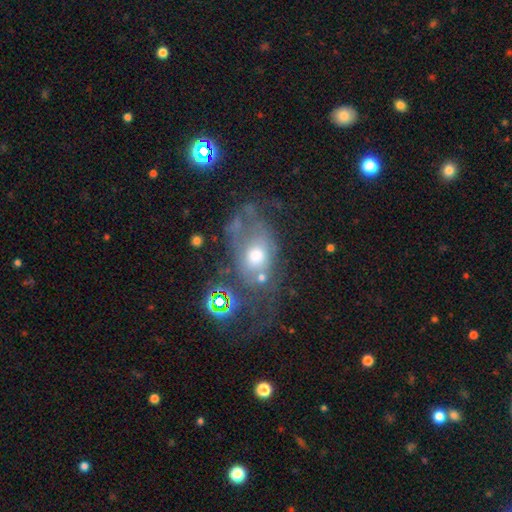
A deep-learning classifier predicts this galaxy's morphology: The model was most divided on "merging": major disturbance: 34%, none: 33%, minor disturbance: 21%, merger: 11%. Remaining: smooth or featured — featured or disk (49%).